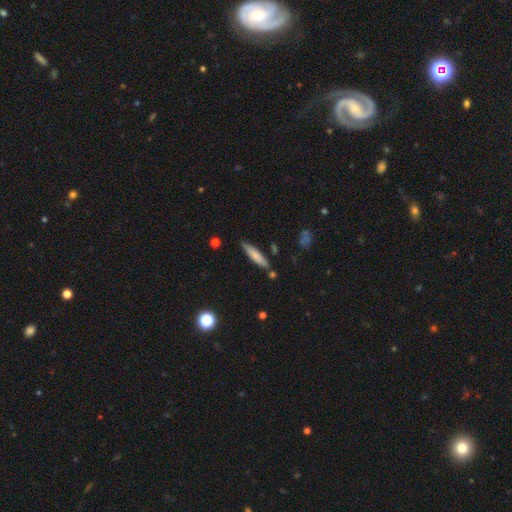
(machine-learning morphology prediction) Smooth or featured? smooth (73%)
How rounded? cigar-shaped (83%)
Merging? none (79%)